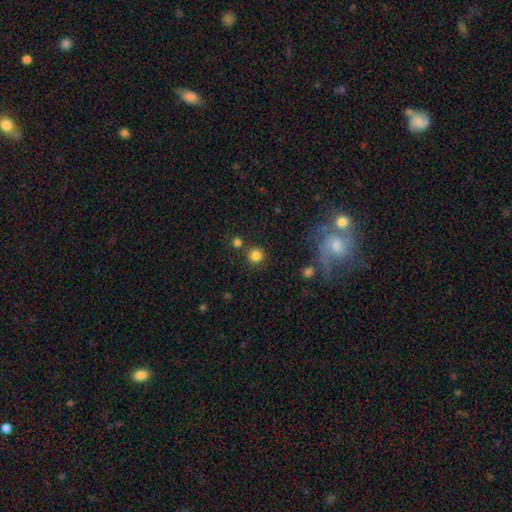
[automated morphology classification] Q: Smooth or featured?
A: smooth (83%); runner-up: star or artifact (12%)
Q: How rounded?
A: round (93%); runner-up: in between (6%)
Q: Merging?
A: none (82%); runner-up: merger (8%)